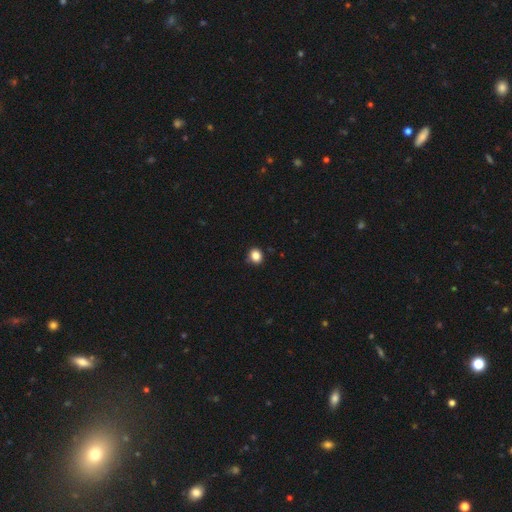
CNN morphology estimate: This is clearly a smooth galaxy (85%). How rounded: likely round (72%). Merging: clearly none (87%).